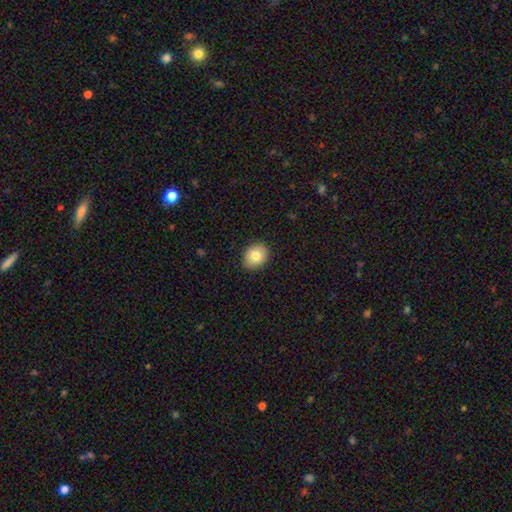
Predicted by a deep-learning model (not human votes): smooth-or-featured: smooth: 80% | featured or disk: 11% | star or artifact: 8%
  how-rounded: in between: 52% | round: 47% | cigar-shaped: 1%
  merging: none: 88% | minor disturbance: 9% | major disturbance: 2% | merger: 1%